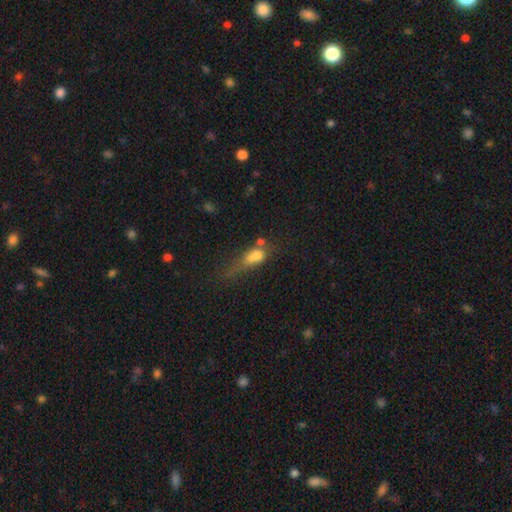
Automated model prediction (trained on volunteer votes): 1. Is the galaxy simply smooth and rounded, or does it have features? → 60% smooth, 24% featured or disk, 16% star or artifact.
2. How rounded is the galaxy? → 59% in between, 22% cigar-shaped, 19% round.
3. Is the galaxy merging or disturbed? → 29% major disturbance, 28% merger, 23% none, 20% minor disturbance.